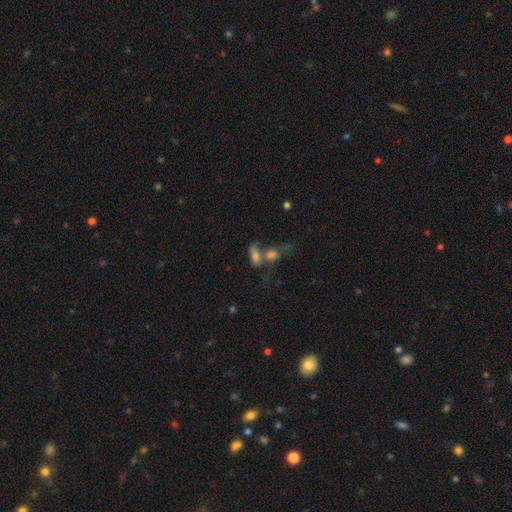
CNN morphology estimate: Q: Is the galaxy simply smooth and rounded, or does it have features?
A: smooth — 67%.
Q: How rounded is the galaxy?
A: in between — 77%.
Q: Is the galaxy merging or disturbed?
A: merger — 60%.